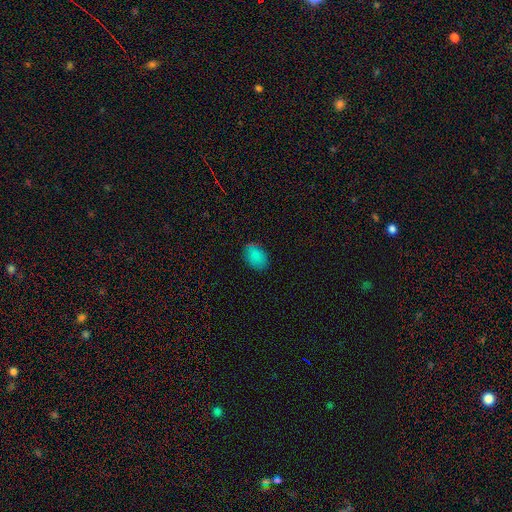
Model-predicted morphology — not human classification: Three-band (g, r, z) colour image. It shows a smooth galaxy with no disk features (85%) that is in between round and cigar-shaped (83%). Merging: none (81%).